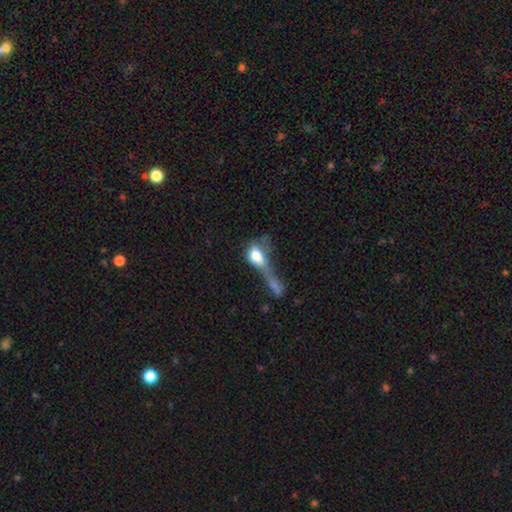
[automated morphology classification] A smooth galaxy with no disk features (67%) that is in between round and cigar-shaped (72%).

Vote fractions:
- Smooth or featured? smooth: 67% / featured or disk: 24% / star or artifact: 9%
- How rounded? in between: 72% / round: 17% / cigar-shaped: 10%
- Merging? merger: 51% / major disturbance: 30% / none: 10% / minor disturbance: 9%